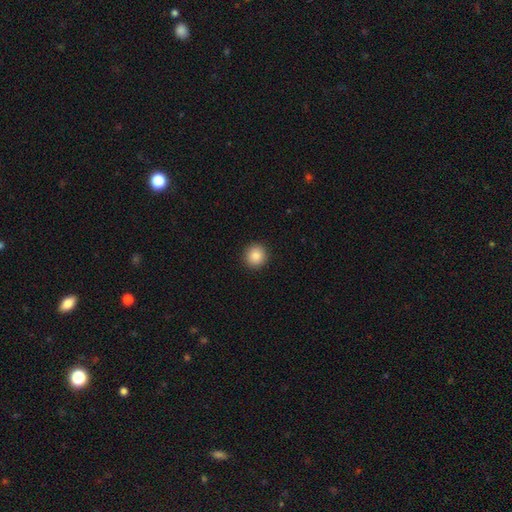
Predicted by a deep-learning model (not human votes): Smooth or featured? smooth (86%)
How rounded? round (92%)
Merging? none (92%)